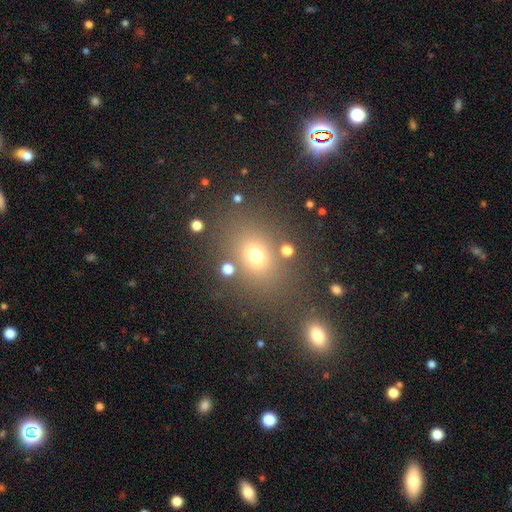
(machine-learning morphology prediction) This appears to be a smooth galaxy with no disk features (68%) that is in between round and cigar-shaped (50%). Merging: none (75%).